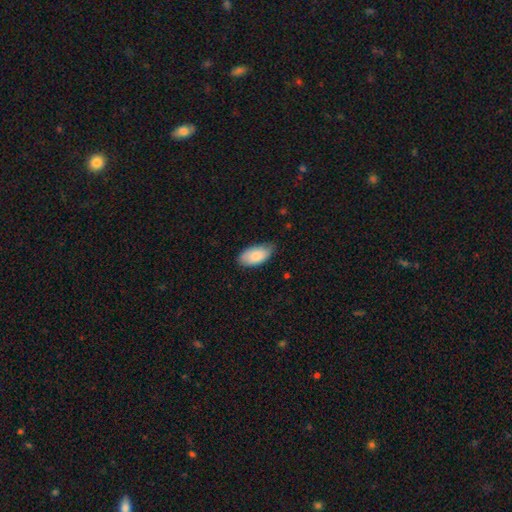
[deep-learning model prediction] Smooth or featured? smooth (86%)
How rounded? in between (95%)
Merging? none (69%)